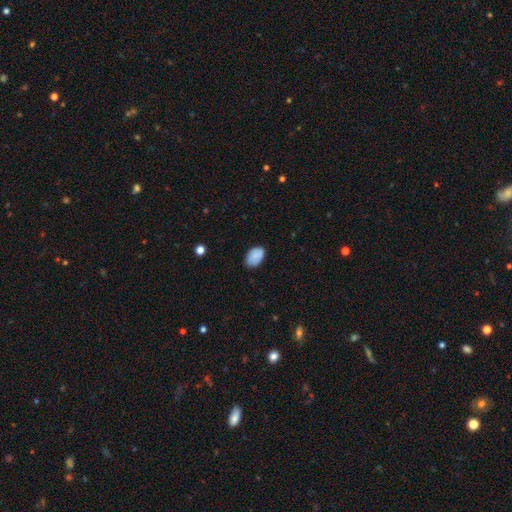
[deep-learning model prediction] smooth 84%, featured or disk 9%, star or artifact 7%. Down the decision tree: how rounded — in between (88%); merging — none (72%).